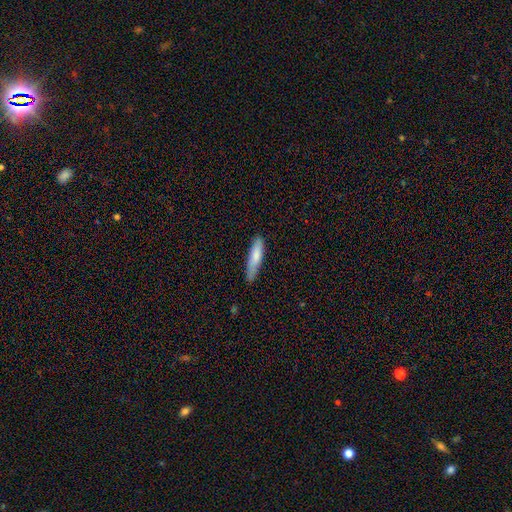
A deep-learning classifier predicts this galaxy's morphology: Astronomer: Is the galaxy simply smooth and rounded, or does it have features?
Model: smooth — 78%.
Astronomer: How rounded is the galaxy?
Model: cigar-shaped — 78%.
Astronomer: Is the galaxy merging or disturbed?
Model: none — 75%.